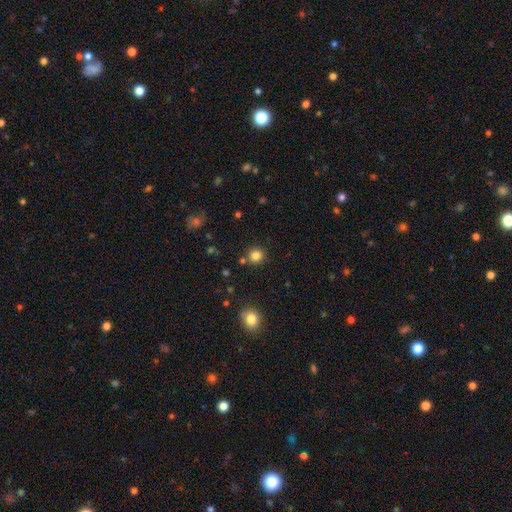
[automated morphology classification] smooth 83%, star or artifact 12%, featured or disk 5%. Down the decision tree: how rounded — round (90%); merging — none (83%).